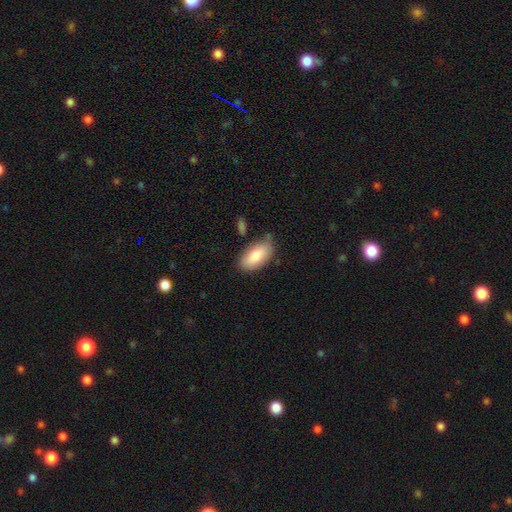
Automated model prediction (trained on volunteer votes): Morphology: type=smooth (81%); roundness=in between (93%); merging=none (68%).